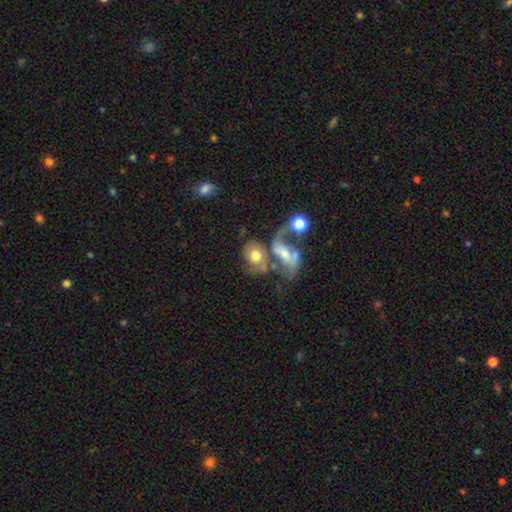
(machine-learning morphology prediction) Smooth or featured? Predicted: featured or disk (p=0.47). Merging? Predicted: merger (p=0.55).